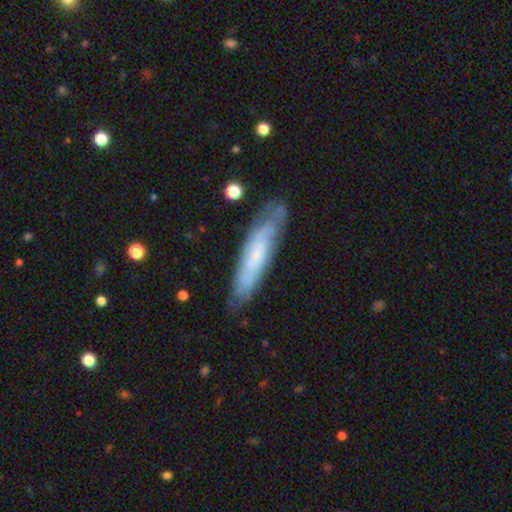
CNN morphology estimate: Q: Smooth or featured?
A: featured or disk (56%); runner-up: smooth (37%)
Q: Edge-on disk?
A: no (62%); runner-up: yes (38%)
Q: Merging?
A: none (74%); runner-up: minor disturbance (19%)